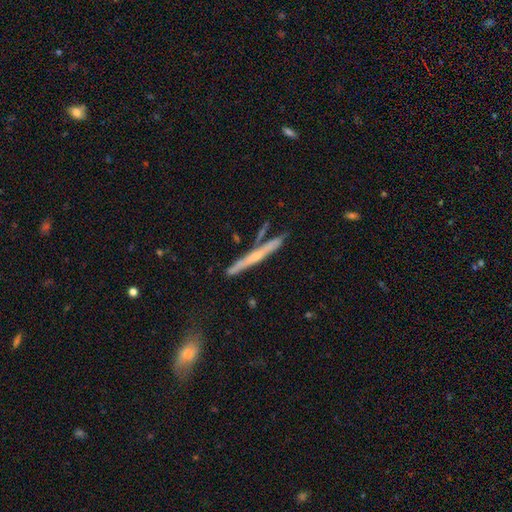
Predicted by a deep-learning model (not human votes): A featured or disk galaxy (65%) viewed edge-on (96%) with a rounded central bulge (57%).

Vote fractions:
- Smooth or featured? featured or disk: 65% / smooth: 29% / star or artifact: 7%
- Edge-on disk? yes: 96% / no: 4%
- Edge-on bulge? rounded: 57% / none: 37% / boxy: 5%
- Merging? none: 79% / minor disturbance: 13% / merger: 6% / major disturbance: 3%